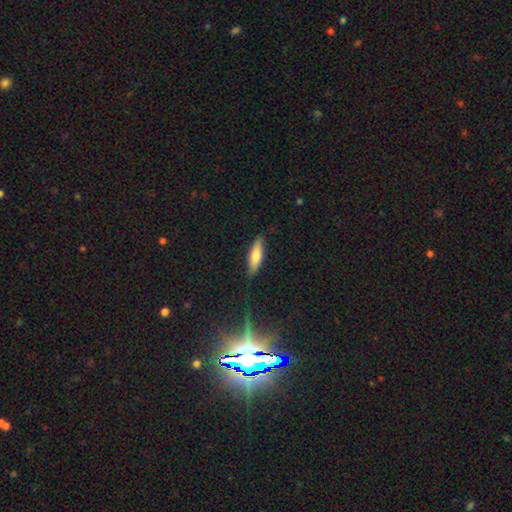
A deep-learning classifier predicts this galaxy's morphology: The model was most divided on "how rounded": cigar-shaped: 60%, in between: 38%, round: 2%. More confident: merging — none (86%); smooth or featured — smooth (69%).